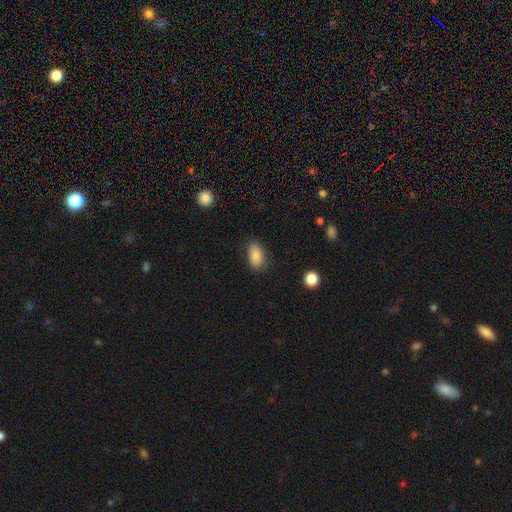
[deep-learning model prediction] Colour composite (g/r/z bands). It shows a smooth galaxy with no disk features (83%) that is in between round and cigar-shaped (91%). Merging: none (79%).